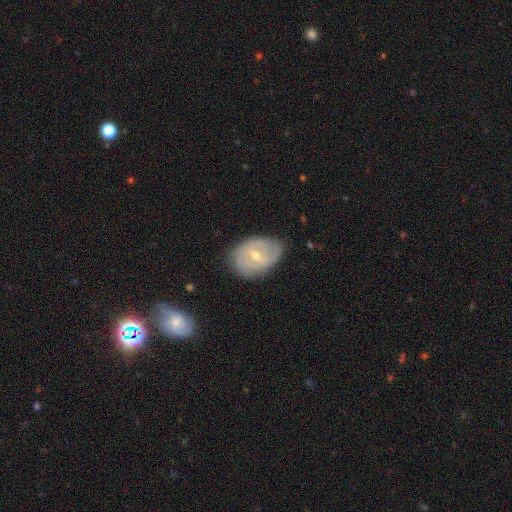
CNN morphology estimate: featured or disk 71%, smooth 22%, star or artifact 6%. Down the decision tree: edge-on disk — no (96%); bar — weak (52%); spiral arms — yes (82%); spiral arm count — 2 (41%); spiral winding — tight (54%); bulge size — moderate (54%); merging — none (66%).